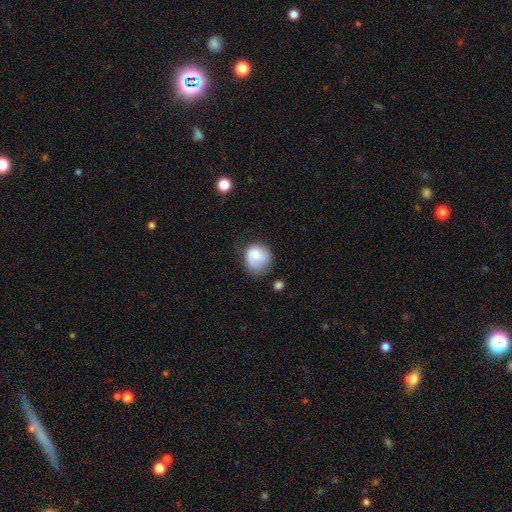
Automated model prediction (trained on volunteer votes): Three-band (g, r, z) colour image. It shows a smooth galaxy with no disk features (76%) that is round (71%). Merging: none (51%).